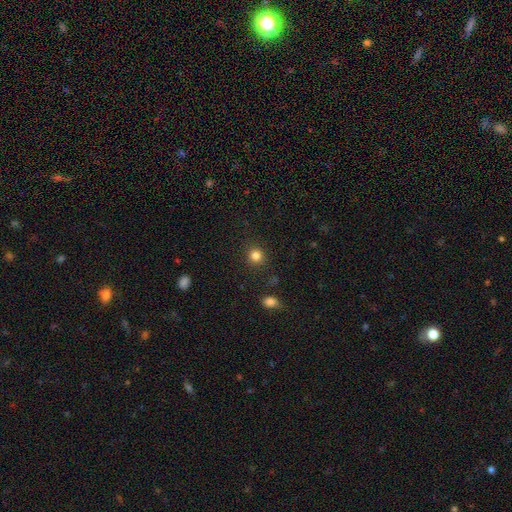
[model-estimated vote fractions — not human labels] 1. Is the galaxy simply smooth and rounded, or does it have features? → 83% smooth, 12% star or artifact, 5% featured or disk.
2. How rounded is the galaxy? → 90% round, 9% in between, 1% cigar-shaped.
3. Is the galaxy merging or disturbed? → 89% none, 7% minor disturbance, 2% major disturbance, 2% merger.